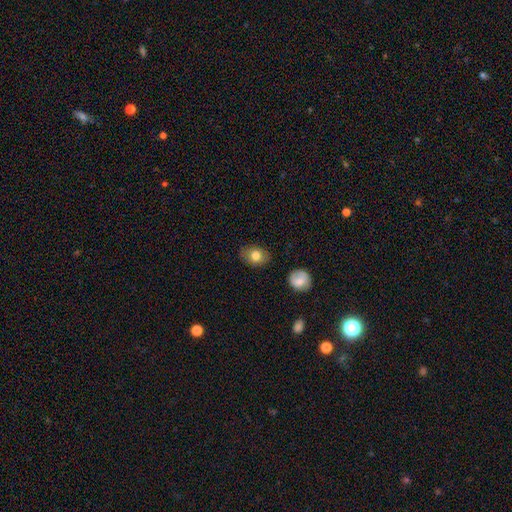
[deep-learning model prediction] smooth-or-featured: smooth: 78% | featured or disk: 13% | star or artifact: 9%
  how-rounded: in between: 57% | round: 41% | cigar-shaped: 1%
  merging: none: 82% | minor disturbance: 14% | major disturbance: 3% | merger: 2%